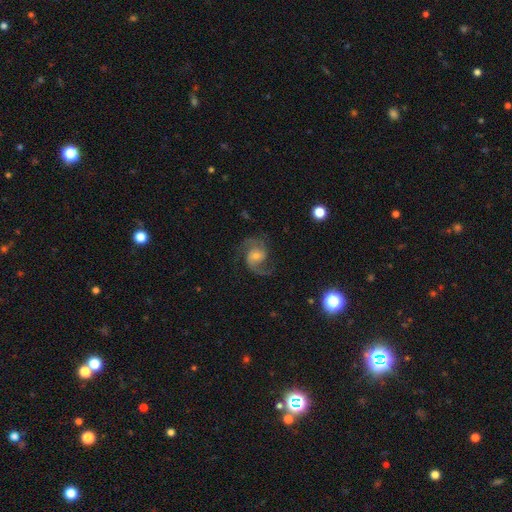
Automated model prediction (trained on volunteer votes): This appears to be a featured or disk galaxy (88%) with no bar (50%), 2 (85%) medium (54%) spiral arms (97%) and a small central bulge (53%). Merging: none (73%).